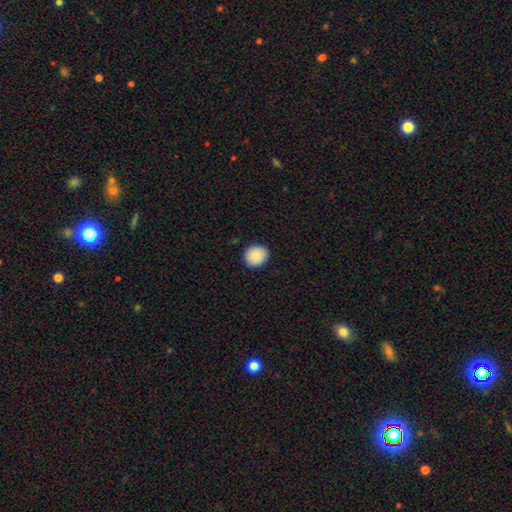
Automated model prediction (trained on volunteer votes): smooth_or_featured: smooth (p=0.90) [alt: star or artifact p=0.07]
how_rounded: round (p=0.81) [alt: in between p=0.18]
merging: none (p=0.90) [alt: minor disturbance p=0.07]